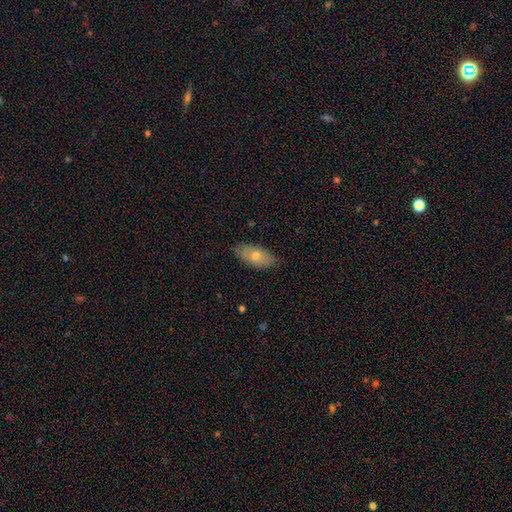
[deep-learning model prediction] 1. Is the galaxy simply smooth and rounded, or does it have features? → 68% smooth, 24% featured or disk, 7% star or artifact.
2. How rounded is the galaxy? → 88% in between, 8% cigar-shaped, 3% round.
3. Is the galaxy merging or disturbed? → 84% none, 13% minor disturbance, 2% major disturbance, 1% merger.